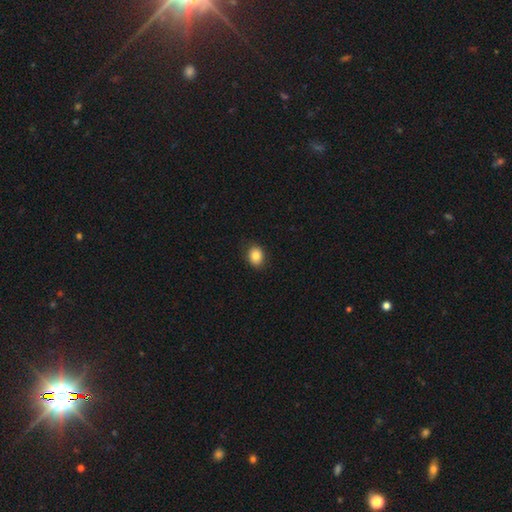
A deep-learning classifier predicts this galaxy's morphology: A smooth galaxy with no disk features (84%) that is round (55%). Merging: none (86%).